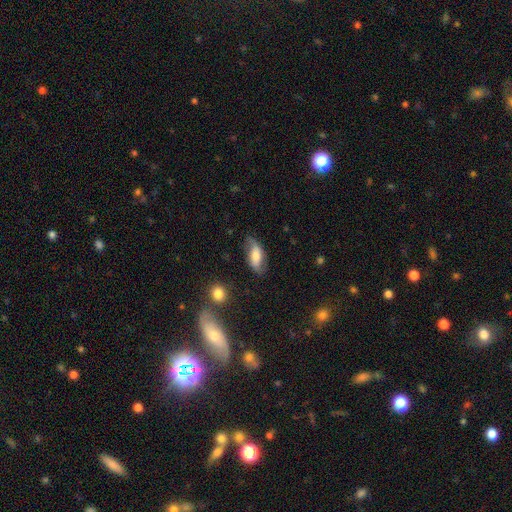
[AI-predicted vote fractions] smooth_or_featured: smooth (p=0.57) [alt: featured or disk p=0.35]
how_rounded: in between (p=0.83) [alt: cigar-shaped p=0.13]
merging: none (p=0.66) [alt: minor disturbance p=0.24]